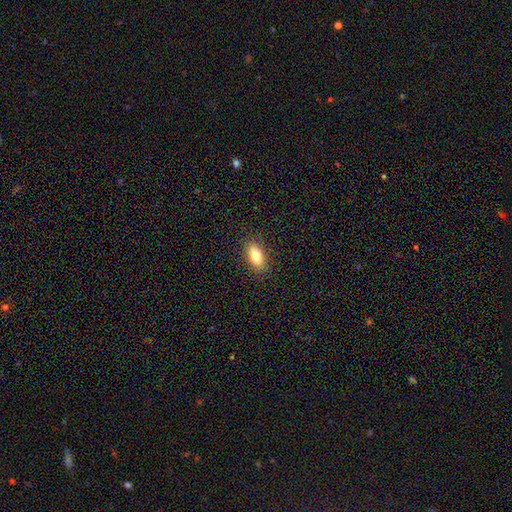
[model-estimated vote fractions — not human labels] A smooth galaxy with no disk features (77%) that is in between round and cigar-shaped (85%).

Vote fractions:
- Smooth or featured? smooth: 77% / featured or disk: 15% / star or artifact: 8%
- How rounded? in between: 85% / cigar-shaped: 11% / round: 5%
- Merging? none: 88% / minor disturbance: 9% / major disturbance: 2% / merger: 1%